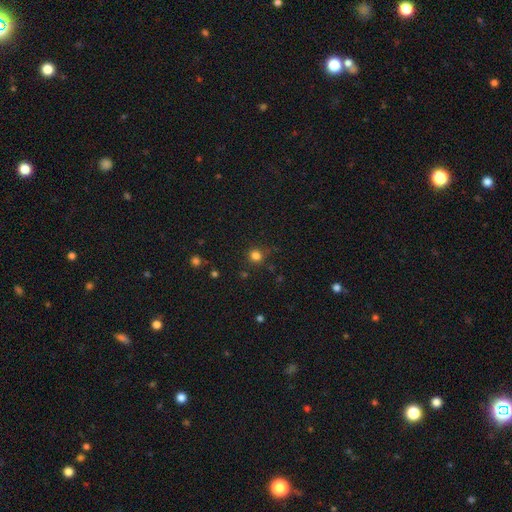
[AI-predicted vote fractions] Overall: smooth (80%). How rounded: round (89%). Merging: none (82%).